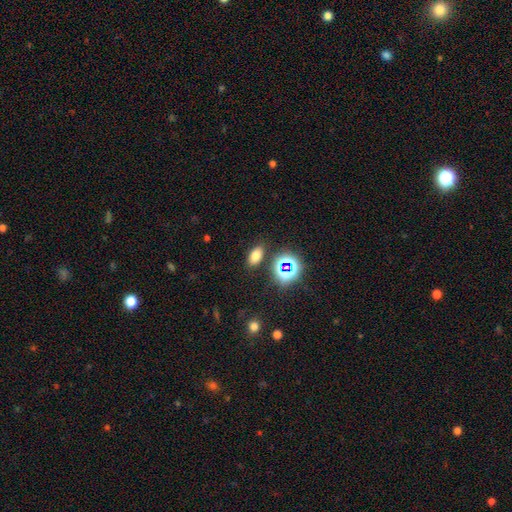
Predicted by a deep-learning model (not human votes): A smooth galaxy with no disk features (69%) that is in between round and cigar-shaped (85%).

Vote fractions:
- Smooth or featured? smooth: 69% / star or artifact: 23% / featured or disk: 8%
- How rounded? in between: 85% / round: 12% / cigar-shaped: 3%
- Merging? none: 84% / minor disturbance: 9% / merger: 4% / major disturbance: 3%